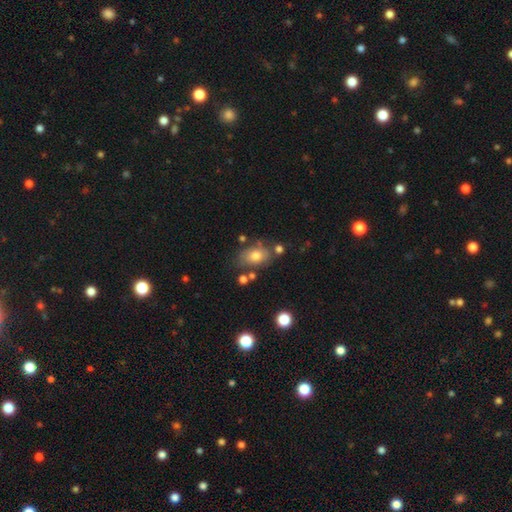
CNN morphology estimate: Smooth or featured: smooth — 69% (featured or disk — 20%)
How rounded: in between — 80% (round — 18%)
Merging: none — 65% (minor disturbance — 19%)